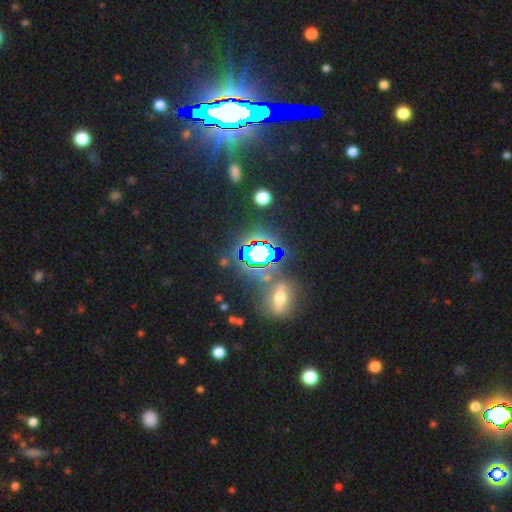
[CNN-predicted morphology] A star or artifact, not a galaxy (74%).